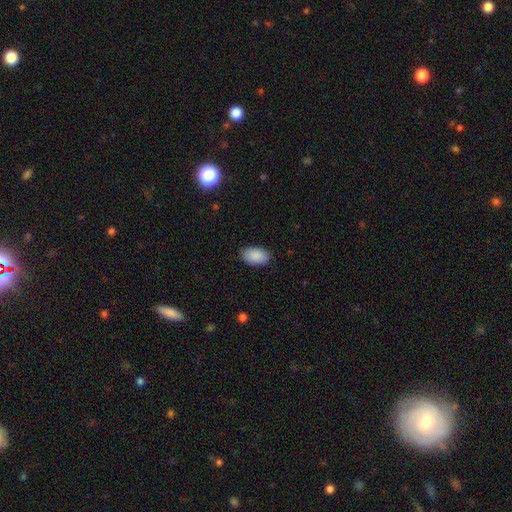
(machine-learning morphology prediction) The model was most divided on "merging": none: 88%, minor disturbance: 9%, major disturbance: 2%, merger: 1%. More confident: how rounded — in between (94%); smooth or featured — smooth (90%).